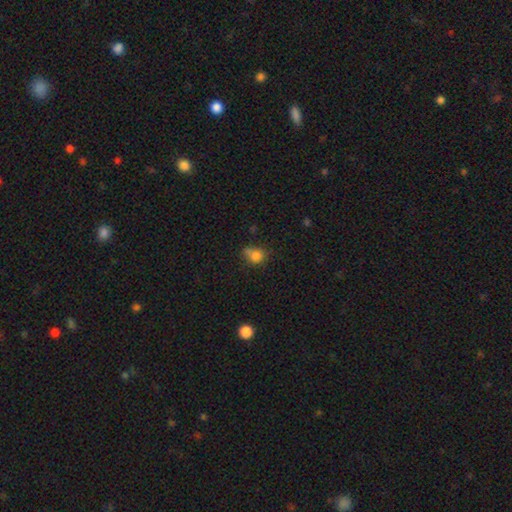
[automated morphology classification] Smooth or featured: smooth — 79% (star or artifact — 12%)
How rounded: round — 69% (in between — 30%)
Merging: none — 47% (minor disturbance — 28%)